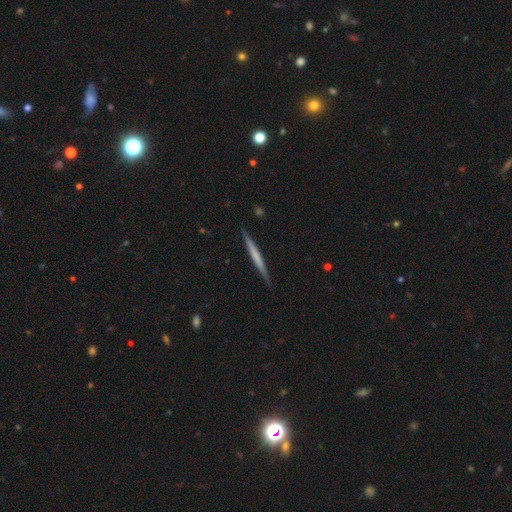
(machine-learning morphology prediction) Smooth or featured? Predicted: featured or disk (p=0.51). Edge-on disk? Predicted: yes (p=0.97). Merging? Predicted: none (p=0.90).